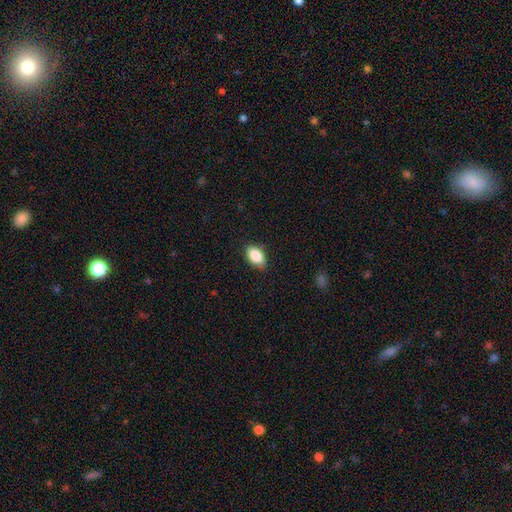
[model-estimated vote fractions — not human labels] The model was most divided on "merging": none: 84%, minor disturbance: 13%, major disturbance: 2%, merger: 1%. More confident: how rounded — in between (90%); smooth or featured — smooth (87%).